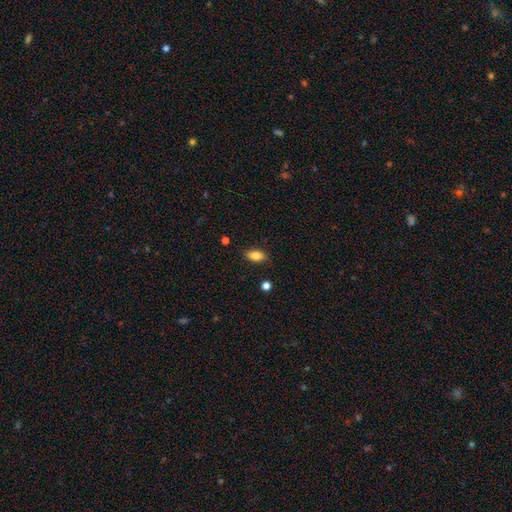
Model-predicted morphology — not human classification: smooth 83%, featured or disk 9%, star or artifact 8%. Down the decision tree: how rounded — in between (88%); merging — none (85%).